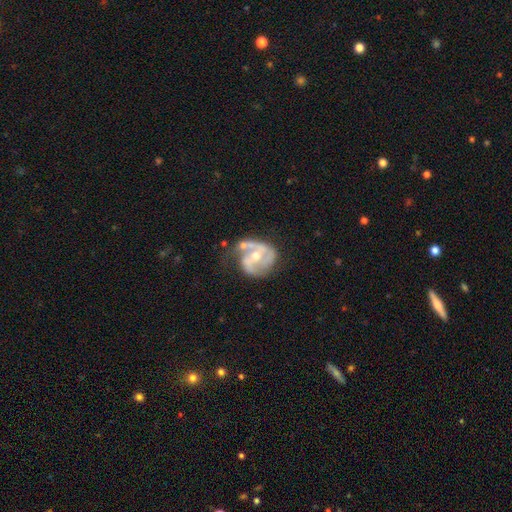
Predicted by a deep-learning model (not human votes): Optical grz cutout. It shows a featured or disk galaxy (83%) with no bar (41%), 2 (65%) medium (49%) spiral arms (90%) and a moderate central bulge (64%). Merging: none (44%).